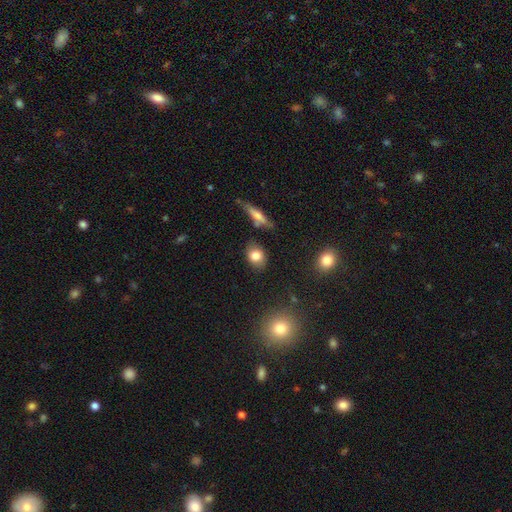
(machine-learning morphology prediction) Smooth or featured?
  - smooth: 80% *
  - featured or disk: 11%
  - star or artifact: 9%
How rounded?
  - in between: 55% *
  - round: 43%
  - cigar-shaped: 2%
Merging?
  - none: 81% *
  - minor disturbance: 12%
  - merger: 4%
  - major disturbance: 3%